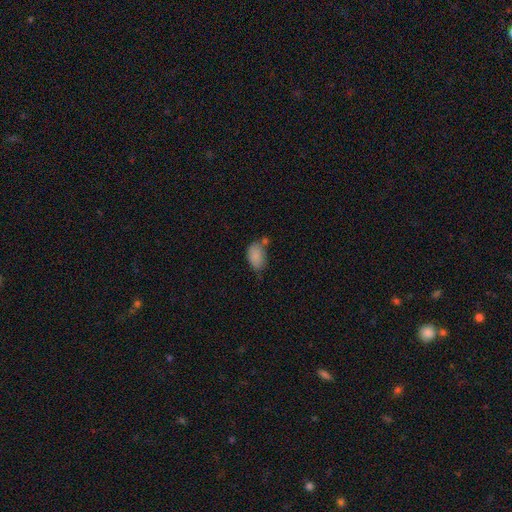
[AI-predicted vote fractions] smooth-or-featured: smooth: 85% | star or artifact: 8% | featured or disk: 7%
  how-rounded: in between: 90% | round: 8% | cigar-shaped: 2%
  merging: none: 49% | minor disturbance: 27% | merger: 16% | major disturbance: 8%